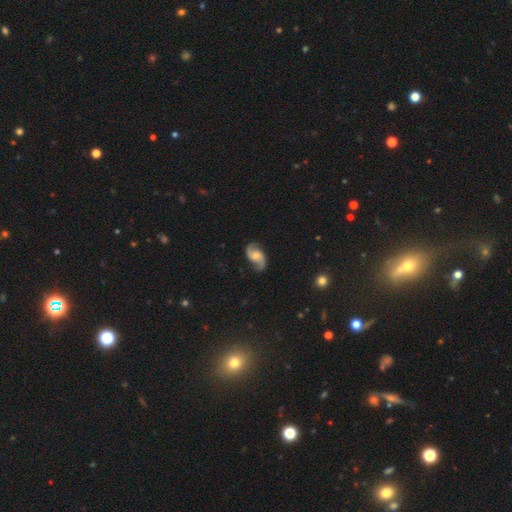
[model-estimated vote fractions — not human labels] Smooth or featured? Predicted: featured or disk (p=0.82). Edge-on disk? Predicted: no (p=0.97). Bar? Predicted: no (p=0.61). Spiral arms? Predicted: yes (p=0.96). Spiral winding? Predicted: loose (p=0.48). Spiral arm count? Predicted: 2 (p=0.93). Bulge size? Predicted: moderate (p=0.57). Merging? Predicted: none (p=0.78).